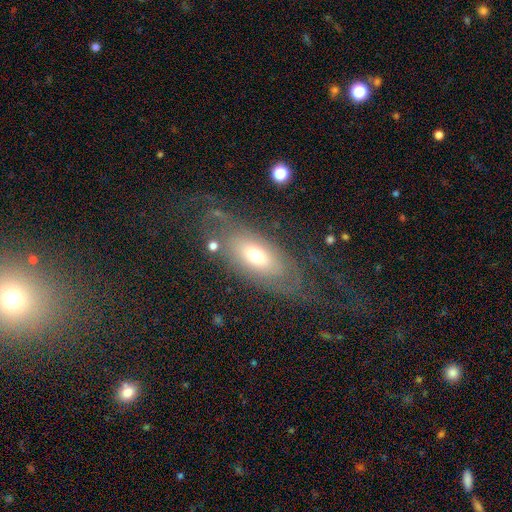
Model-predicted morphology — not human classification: Smooth or featured? Predicted: featured or disk (p=0.57). Edge-on disk? Predicted: no (p=0.85). Merging? Predicted: none (p=0.57).